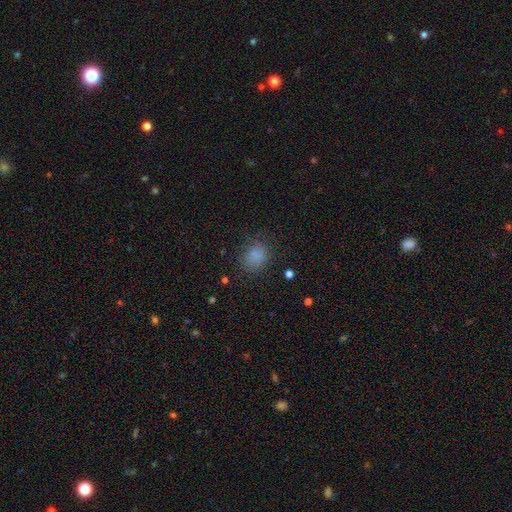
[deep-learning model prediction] Smooth or featured? smooth (82%)
How rounded? round (57%)
Merging? none (77%)